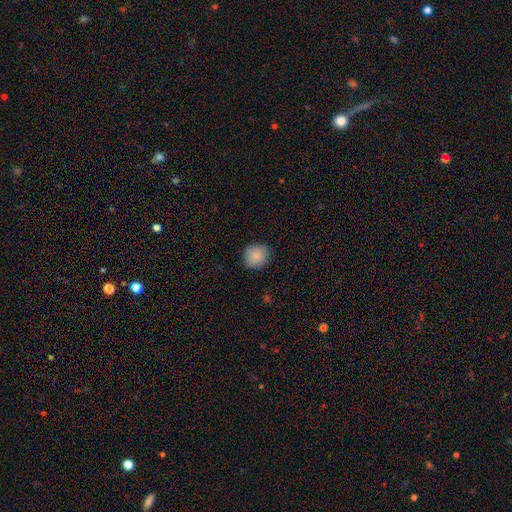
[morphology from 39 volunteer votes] Q: Smooth or featured?
A: smooth (85%); runner-up: star or artifact (10%)
Q: How rounded?
A: round (94%); runner-up: in between (6%)
Q: Merging?
A: none (89%); runner-up: minor disturbance (9%)